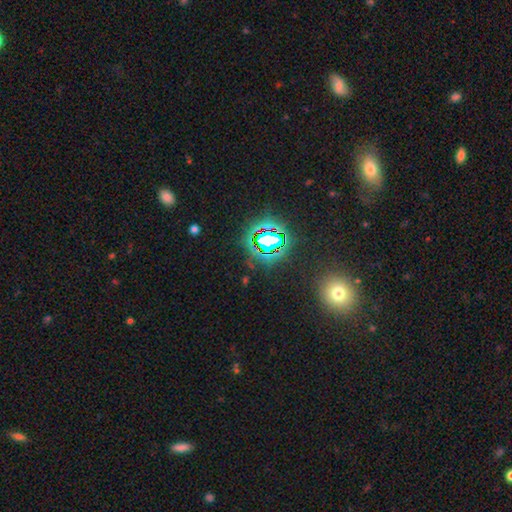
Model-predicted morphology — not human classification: Smooth or featured? star or artifact (67%)